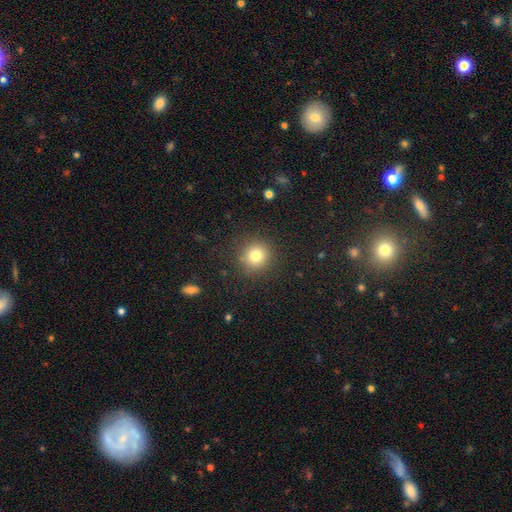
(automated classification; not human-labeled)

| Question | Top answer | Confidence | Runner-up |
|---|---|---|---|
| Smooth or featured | smooth | 78% | star or artifact (13%) |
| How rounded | round | 91% | in between (8%) |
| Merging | none | 88% | minor disturbance (7%) |